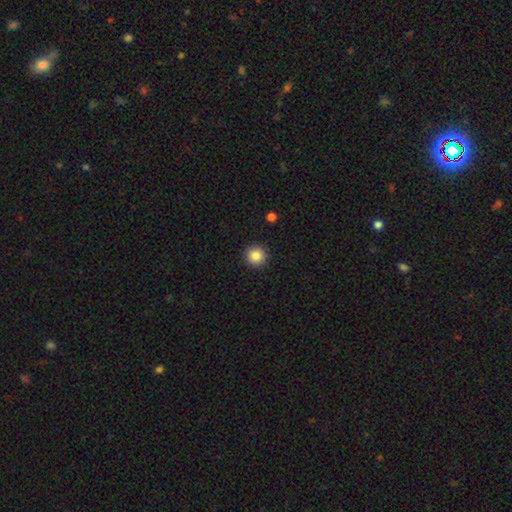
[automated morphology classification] Smooth or featured? smooth (86%)
How rounded? round (95%)
Merging? none (93%)